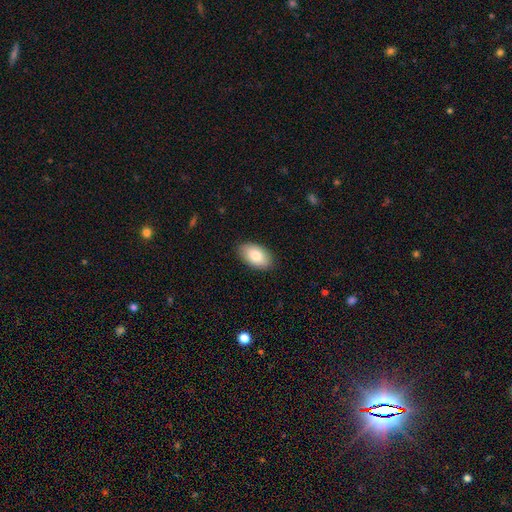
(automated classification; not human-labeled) This is clearly a smooth galaxy (82%). How rounded: clearly in between (93%). Merging: clearly none (87%).